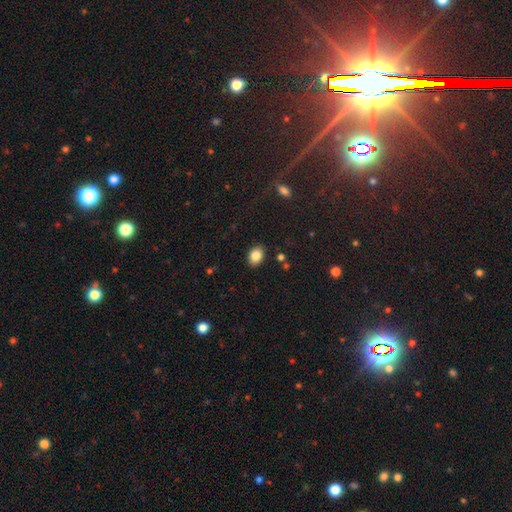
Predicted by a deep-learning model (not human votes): Overall: smooth (84%). How rounded: in between (75%). Merging: none (88%).